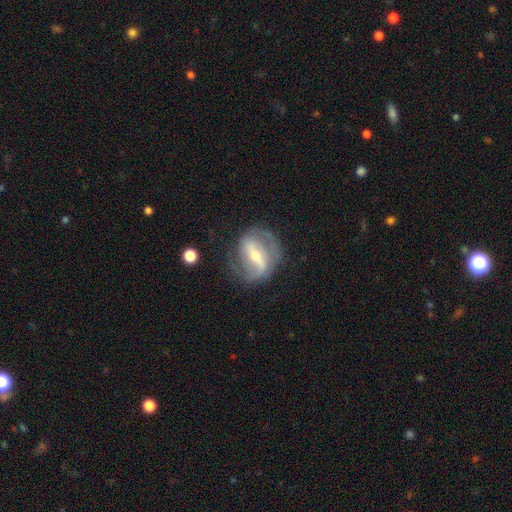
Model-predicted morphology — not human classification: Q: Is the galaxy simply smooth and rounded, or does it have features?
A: featured or disk — 80%.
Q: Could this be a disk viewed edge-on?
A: no — 94%.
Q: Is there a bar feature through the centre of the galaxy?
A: strong — 63%.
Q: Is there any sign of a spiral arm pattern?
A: yes — 85%.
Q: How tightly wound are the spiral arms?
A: medium — 45%.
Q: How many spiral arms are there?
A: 2 — 80%.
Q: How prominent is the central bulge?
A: moderate — 44%.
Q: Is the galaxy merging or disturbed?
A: none — 69%.